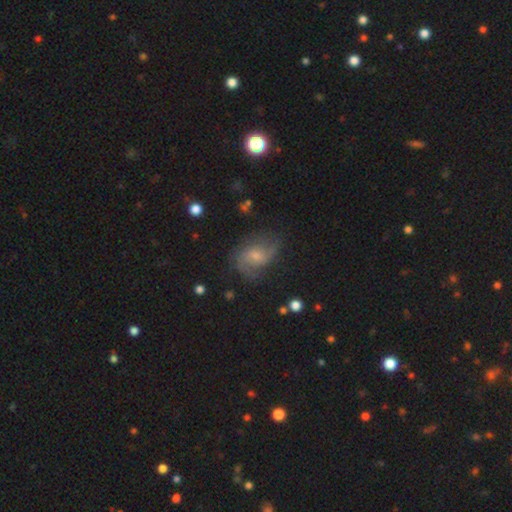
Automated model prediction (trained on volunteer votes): Overall: featured or disk (68%). Edge-on disk: no (97%). Bar: no (60%; weak 34%). Spiral arms: yes (90%). Spiral arm count: 2 (63%). Spiral winding: medium (43%; loose 39%). Bulge size: small (62%; moderate 30%). Merging: none (62%; minor disturbance 23%).